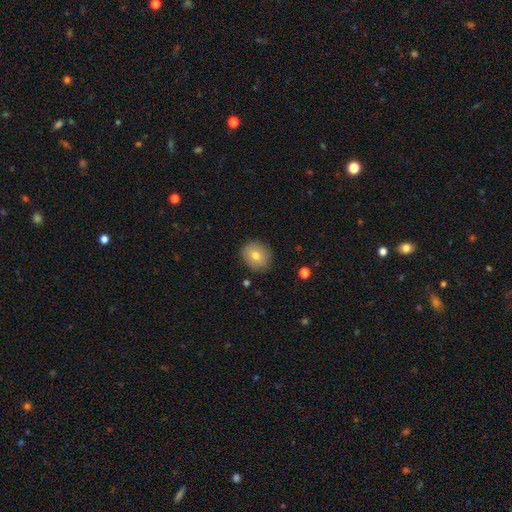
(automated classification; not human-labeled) This is likely a smooth galaxy (74%). How rounded: likely round (74%). Merging: clearly none (84%).